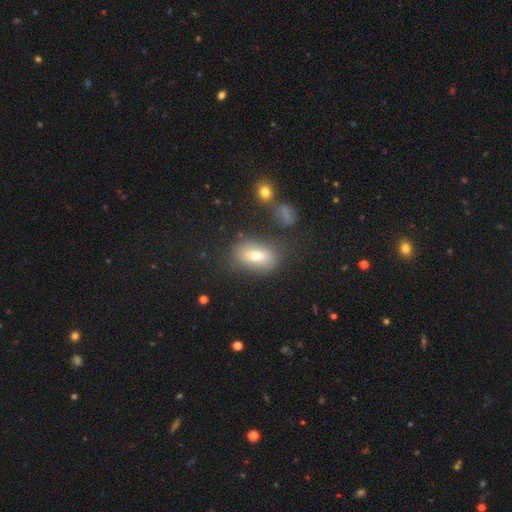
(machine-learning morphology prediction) Smooth or featured? smooth (70%)
How rounded? in between (82%)
Merging? none (72%)